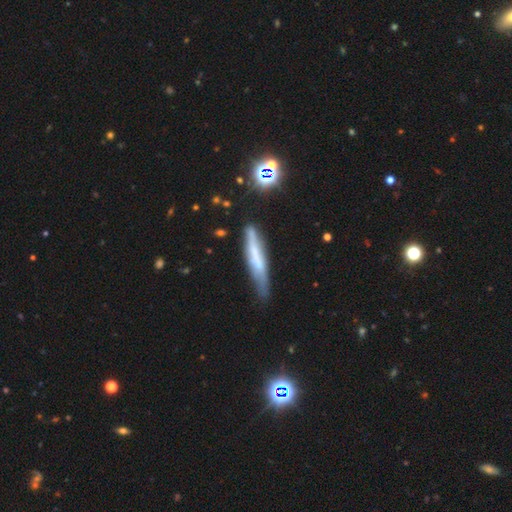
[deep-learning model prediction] A smooth galaxy with no disk features (47%).

Vote fractions:
- Smooth or featured? smooth: 47% / featured or disk: 43% / star or artifact: 10%
- Merging? none: 59% / minor disturbance: 30% / major disturbance: 8% / merger: 4%